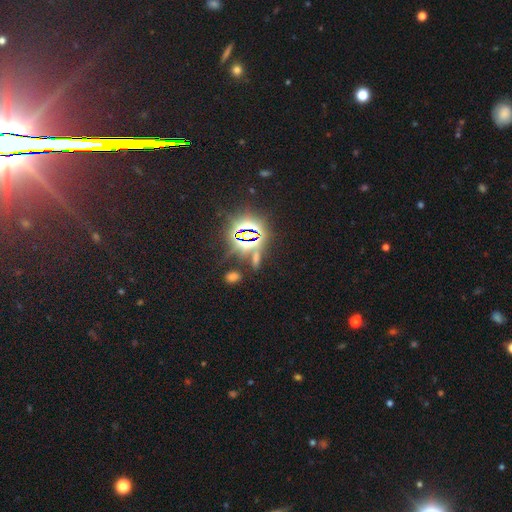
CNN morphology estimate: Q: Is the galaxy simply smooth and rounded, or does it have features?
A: star or artifact — 74%.